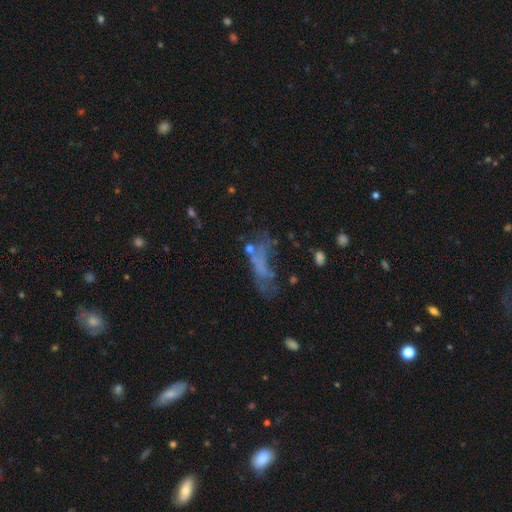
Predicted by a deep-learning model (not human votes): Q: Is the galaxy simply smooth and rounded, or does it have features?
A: featured or disk — 43%.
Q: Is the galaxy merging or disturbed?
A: major disturbance — 37%.